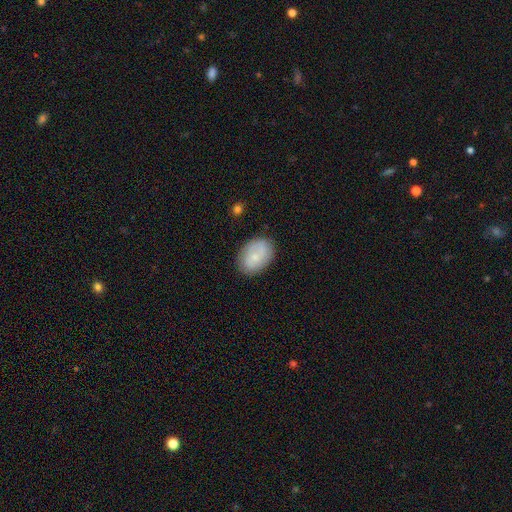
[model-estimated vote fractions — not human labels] smooth_or_featured: smooth (p=0.64) [alt: featured or disk p=0.29]
how_rounded: in between (p=0.82) [alt: round p=0.17]
merging: none (p=0.81) [alt: minor disturbance p=0.14]